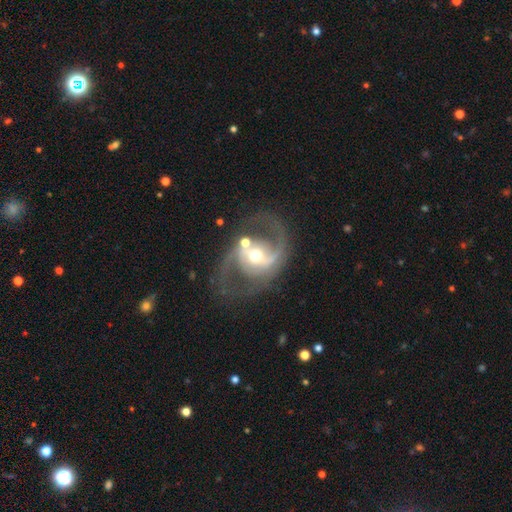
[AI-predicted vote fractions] This is clearly a featured or disk galaxy (87%). It is clearly not viewed edge-on (97%). Bar: marginally weak (37%). Spiral arm pattern: clearly yes (93%). Spiral arm count: clearly 2 (88%). Spiral winding: possibly medium (55%). Central bulge: likely moderate (64%). Merging: likely none (66%).